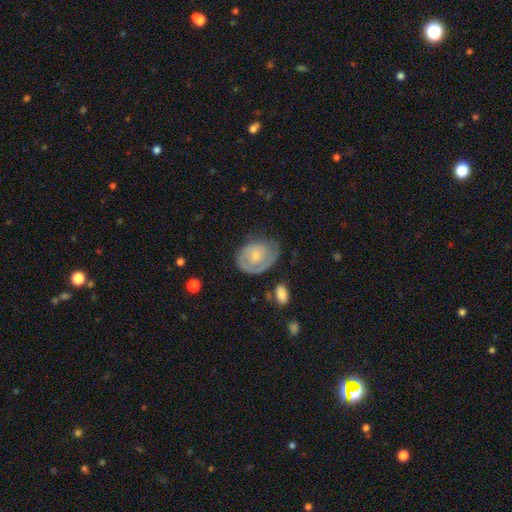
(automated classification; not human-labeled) smooth_or_featured: featured or disk (p=0.48) [alt: smooth p=0.46]
merging: none (p=0.48) [alt: minor disturbance p=0.33]